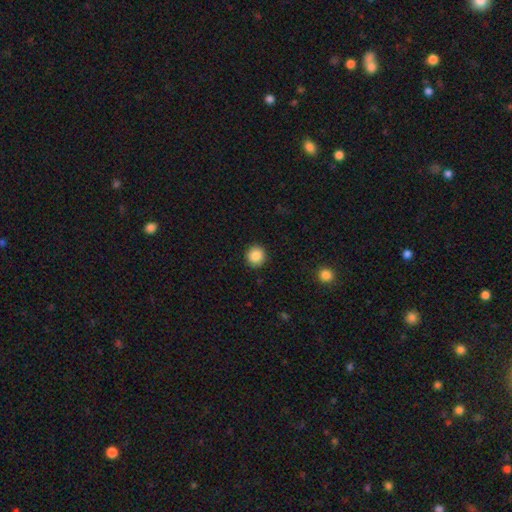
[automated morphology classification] Smooth or featured?
  - smooth: 87% *
  - star or artifact: 9%
  - featured or disk: 4%
How rounded?
  - round: 92% *
  - in between: 7%
  - cigar-shaped: 1%
Merging?
  - none: 92% *
  - minor disturbance: 5%
  - major disturbance: 2%
  - merger: 1%